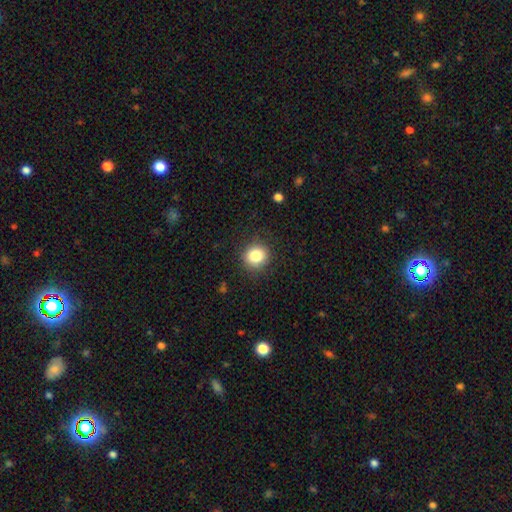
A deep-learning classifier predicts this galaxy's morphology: The model was most divided on "how rounded": round: 84%, in between: 15%, cigar-shaped: 1%. More confident: merging — none (88%); smooth or featured — smooth (83%).